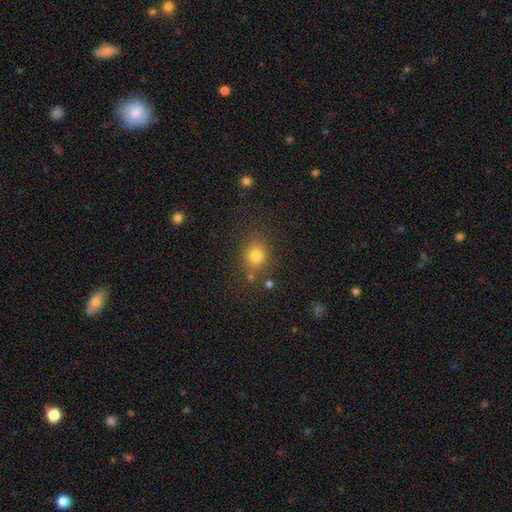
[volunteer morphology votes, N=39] smooth-or-featured: smooth: 87% | featured or disk: 10% | star or artifact: 3%
  how-rounded: round: 82% | in between: 18% | cigar-shaped: 0%
  merging: none: 92% | minor disturbance: 5% | major disturbance: 3% | merger: 0%